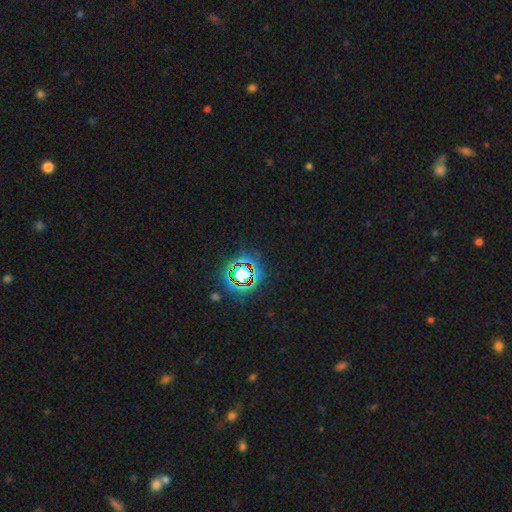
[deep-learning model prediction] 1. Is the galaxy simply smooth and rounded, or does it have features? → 73% star or artifact, 18% smooth, 9% featured or disk.